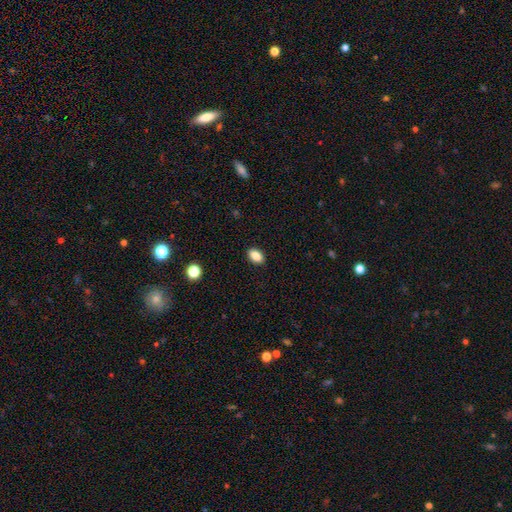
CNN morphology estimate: smooth_or_featured: smooth (p=0.86) [alt: star or artifact p=0.09]
how_rounded: in between (p=0.86) [alt: round p=0.12]
merging: none (p=0.89) [alt: minor disturbance p=0.08]